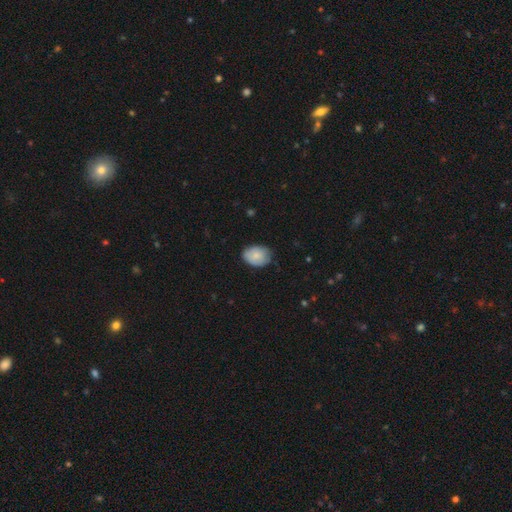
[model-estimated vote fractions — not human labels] smooth 79%, featured or disk 14%, star or artifact 7%. Down the decision tree: how rounded — in between (69%); merging — none (68%).